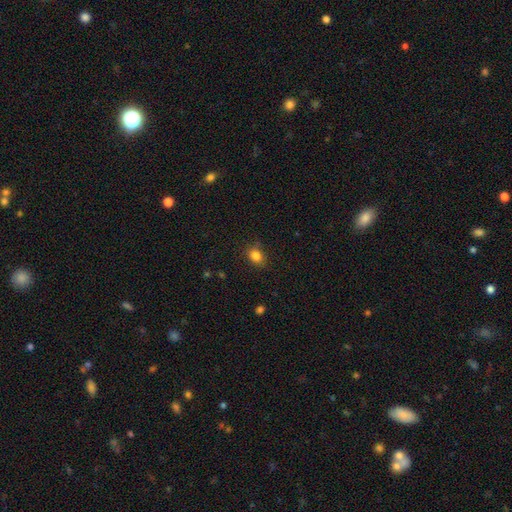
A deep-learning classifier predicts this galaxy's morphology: smooth_or_featured: smooth (p=0.83) [alt: star or artifact p=0.11]
how_rounded: in between (p=0.55) [alt: round p=0.44]
merging: none (p=0.81) [alt: minor disturbance p=0.14]